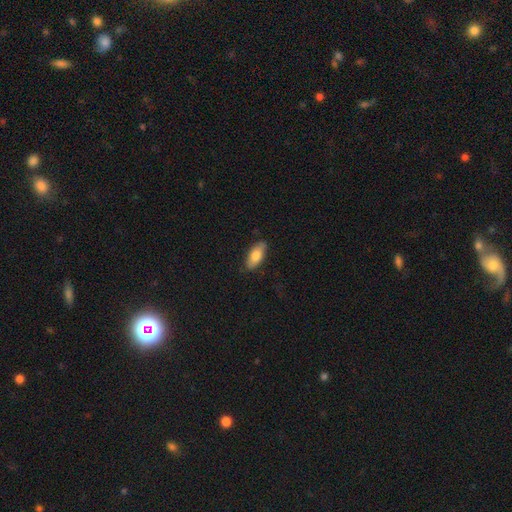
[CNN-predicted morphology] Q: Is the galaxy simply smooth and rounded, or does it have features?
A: smooth — 79%.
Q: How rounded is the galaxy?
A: in between — 85%.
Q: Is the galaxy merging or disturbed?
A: none — 84%.